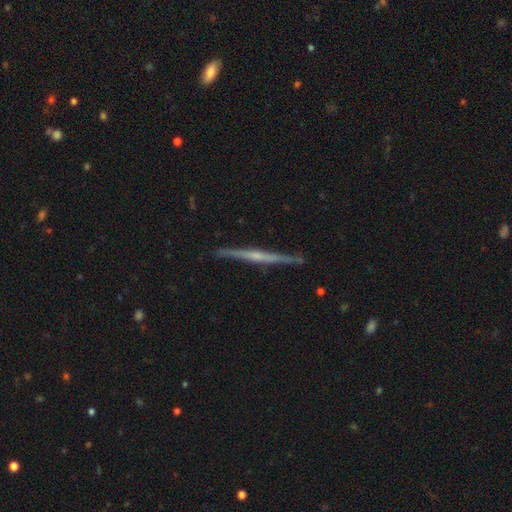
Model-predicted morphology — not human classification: Q: Smooth or featured?
A: featured or disk (79%); runner-up: smooth (16%)
Q: Edge-on disk?
A: yes (98%); runner-up: no (2%)
Q: Edge-on bulge?
A: rounded (58%); runner-up: none (32%)
Q: Merging?
A: none (90%); runner-up: minor disturbance (7%)